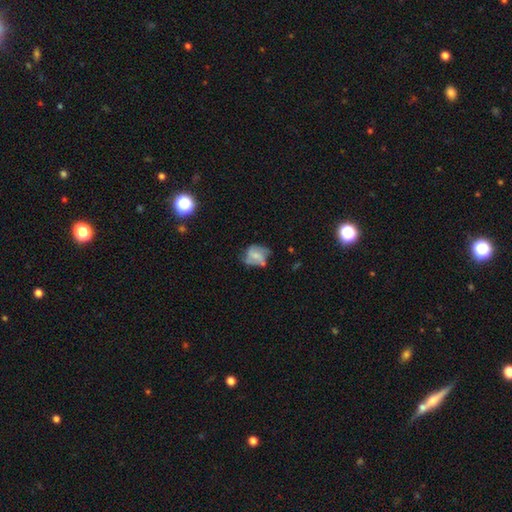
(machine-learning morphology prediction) A featured or disk galaxy (48%). Merging: none (47%).